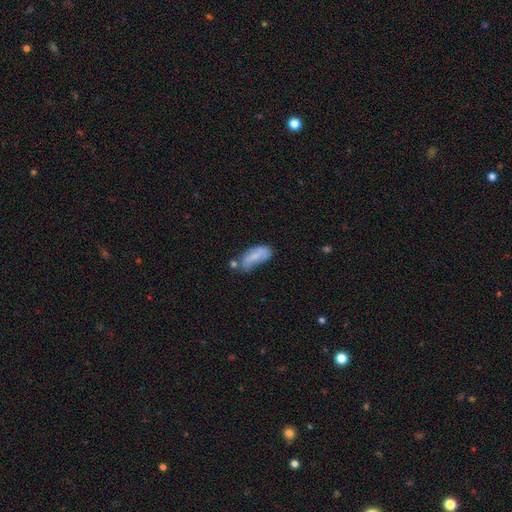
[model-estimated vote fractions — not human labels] Morphology: type=smooth (72%); roundness=in between (81%); merging=none (35%).